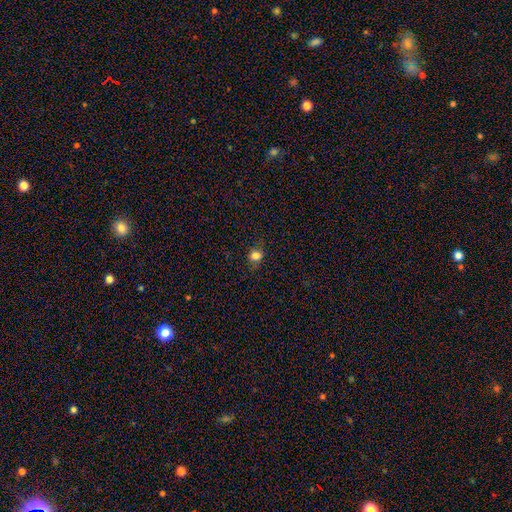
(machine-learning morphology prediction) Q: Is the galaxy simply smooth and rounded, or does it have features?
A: smooth — 78%.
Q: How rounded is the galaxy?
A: round — 68%.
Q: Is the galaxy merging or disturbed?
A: none — 81%.